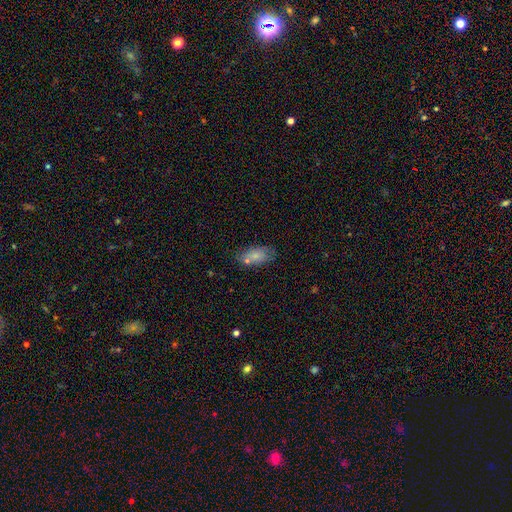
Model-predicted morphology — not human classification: The model was most divided on "merging": none: 61%, minor disturbance: 19%, merger: 14%, major disturbance: 6%. More confident: how rounded — in between (90%); smooth or featured — smooth (75%).